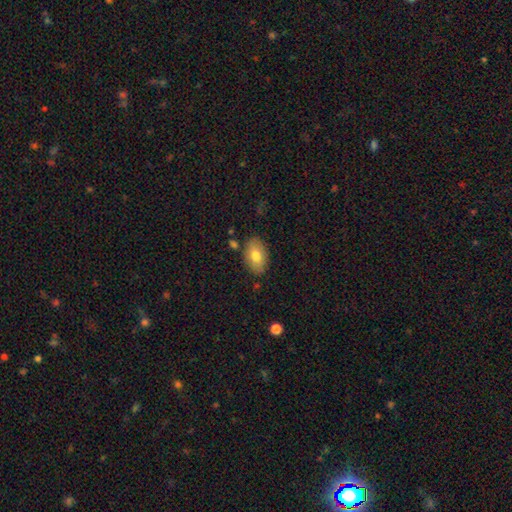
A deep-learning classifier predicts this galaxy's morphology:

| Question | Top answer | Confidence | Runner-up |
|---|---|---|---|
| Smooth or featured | smooth | 78% | featured or disk (15%) |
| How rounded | in between | 89% | round (9%) |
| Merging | none | 83% | minor disturbance (12%) |